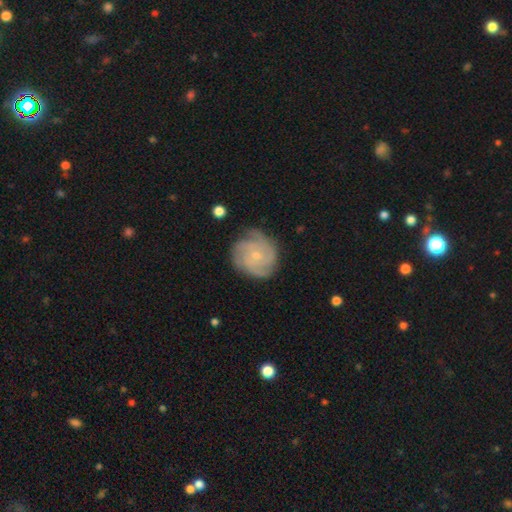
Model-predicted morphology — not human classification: Q: Smooth or featured?
A: featured or disk (81%); runner-up: smooth (13%)
Q: Edge-on disk?
A: no (98%); runner-up: yes (2%)
Q: Bar?
A: no (73%); runner-up: weak (23%)
Q: Spiral arms?
A: yes (96%); runner-up: no (4%)
Q: Spiral winding?
A: tight (66%); runner-up: medium (28%)
Q: Spiral arm count?
A: 3 (33%); runner-up: 4 (24%)
Q: Bulge size?
A: small (74%); runner-up: moderate (22%)
Q: Merging?
A: none (75%); runner-up: minor disturbance (19%)